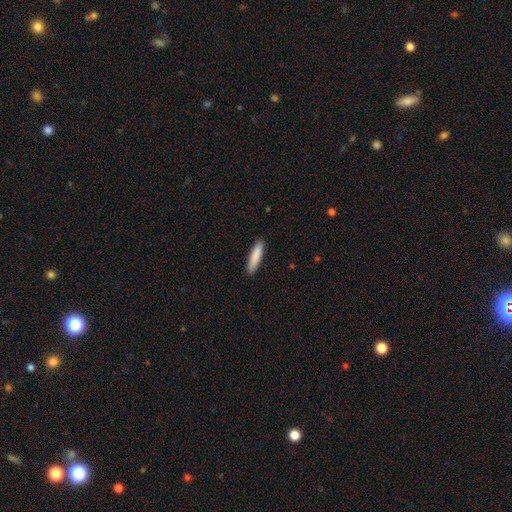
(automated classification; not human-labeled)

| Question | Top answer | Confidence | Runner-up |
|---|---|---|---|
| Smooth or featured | smooth | 86% | featured or disk (8%) |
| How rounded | cigar-shaped | 81% | in between (18%) |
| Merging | none | 88% | minor disturbance (9%) |